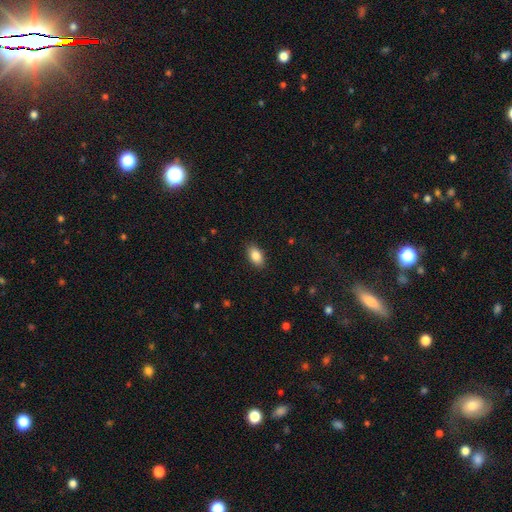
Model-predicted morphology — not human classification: The model was most divided on "merging": none: 87%, minor disturbance: 9%, major disturbance: 2%, merger: 1%. More confident: how rounded — in between (91%); smooth or featured — smooth (86%).